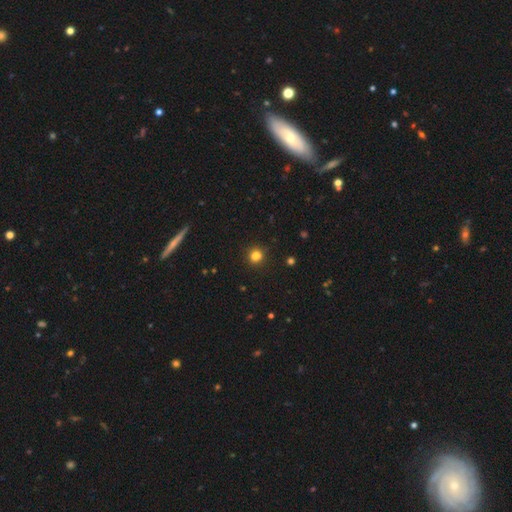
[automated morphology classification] type=smooth (81%); roundness=round (89%); merging=none (89%).